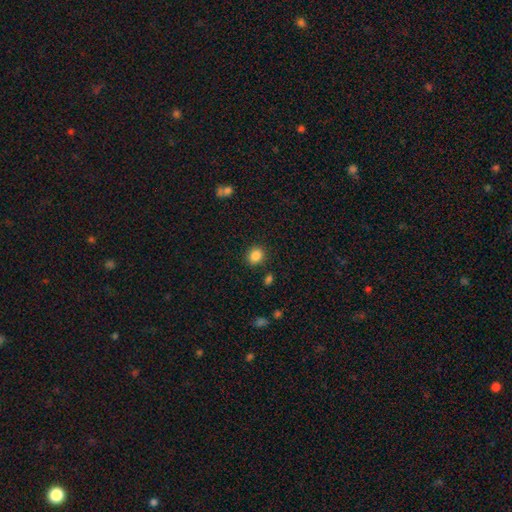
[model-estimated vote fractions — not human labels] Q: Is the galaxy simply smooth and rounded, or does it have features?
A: smooth — 86%.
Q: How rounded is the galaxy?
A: round — 69%.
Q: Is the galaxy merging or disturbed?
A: none — 86%.